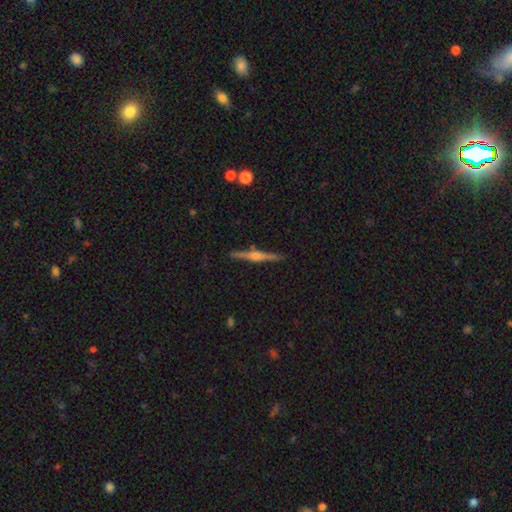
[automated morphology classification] A featured or disk galaxy (77%) viewed edge-on (98%) with a rounded central bulge (79%). Merging: none (91%).